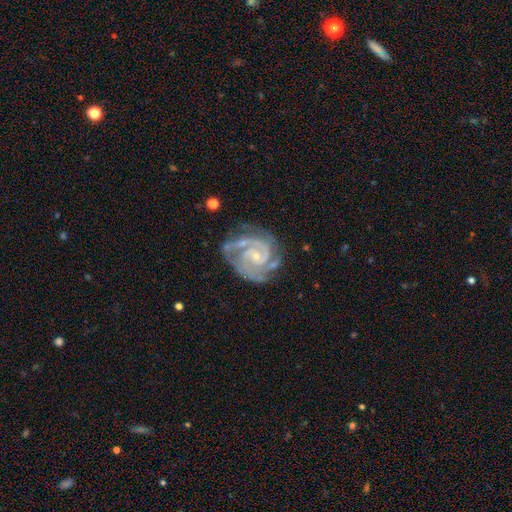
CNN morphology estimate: The model was most divided on "spiral arm count": 2: 46%, 3: 32%, can't tell: 8%, 4: 6%, 1: 4%, more than 4: 4%. More confident: spiral arms — yes (98%); edge-on disk — no (98%); smooth or featured — featured or disk (92%); bulge size — small (78%); spiral winding — tight (64%); bar — no (62%); merging — none (61%).